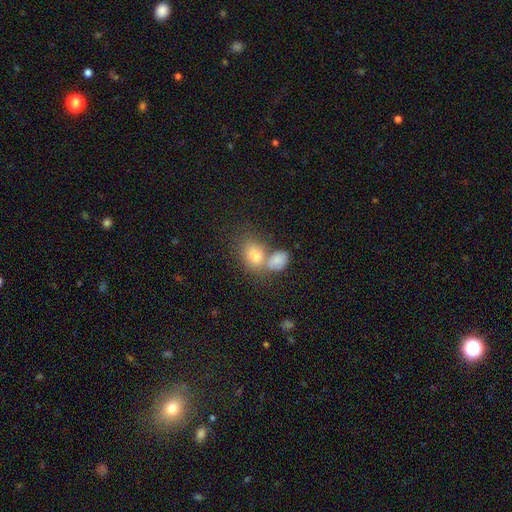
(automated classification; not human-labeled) Smooth or featured? smooth (76%)
How rounded? in between (70%)
Merging? merger (50%)